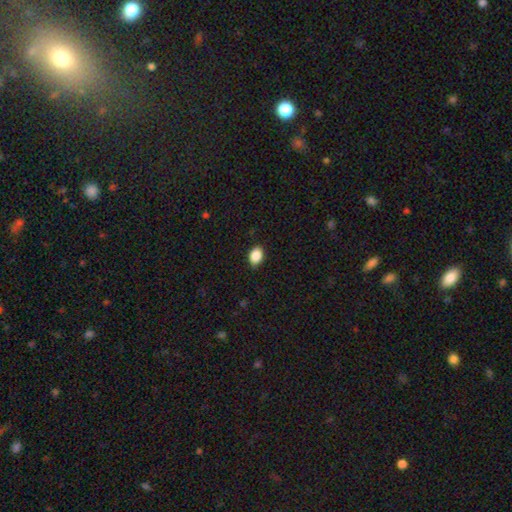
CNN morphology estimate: Smooth or featured: smooth — 88% (star or artifact — 8%)
How rounded: in between — 78% (round — 21%)
Merging: none — 85% (minor disturbance — 12%)